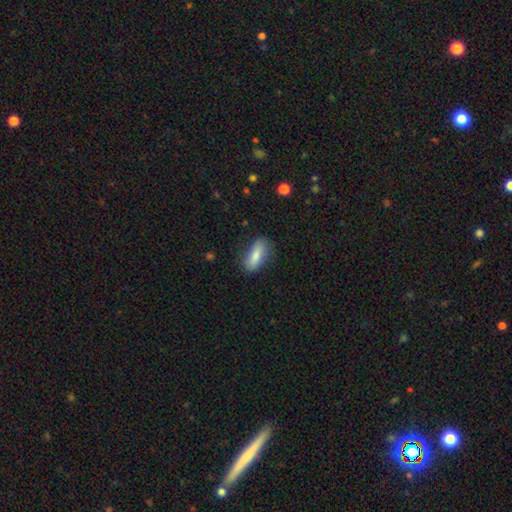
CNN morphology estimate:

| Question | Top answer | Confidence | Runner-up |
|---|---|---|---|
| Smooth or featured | smooth | 82% | featured or disk (11%) |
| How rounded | in between | 74% | cigar-shaped (24%) |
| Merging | none | 76% | minor disturbance (18%) |